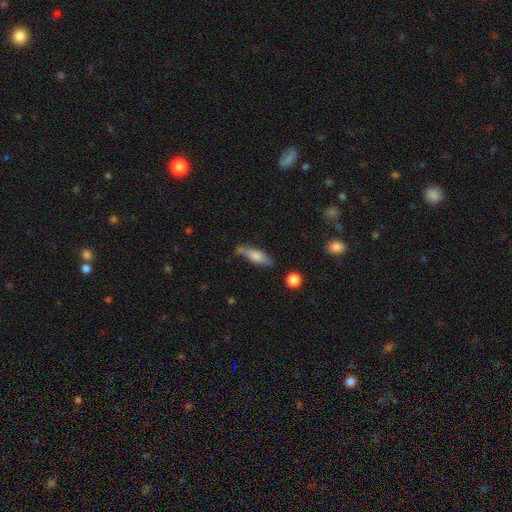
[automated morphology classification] smooth_or_featured: smooth (p=0.68) [alt: featured or disk p=0.25]
how_rounded: cigar-shaped (p=0.51) [alt: in between p=0.46]
merging: none (p=0.60) [alt: minor disturbance p=0.27]